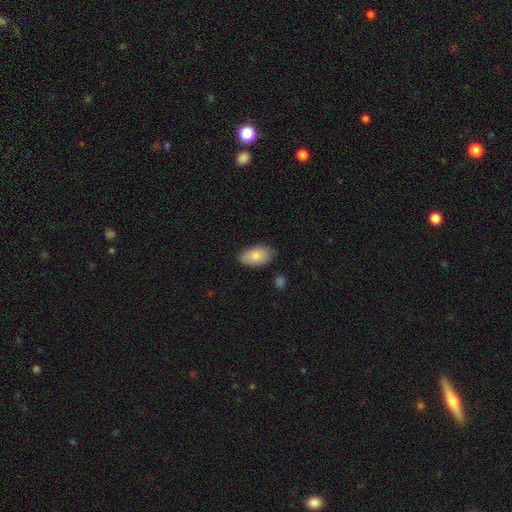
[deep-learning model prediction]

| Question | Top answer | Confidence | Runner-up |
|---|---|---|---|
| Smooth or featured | smooth | 81% | featured or disk (13%) |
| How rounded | in between | 94% | round (4%) |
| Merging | none | 77% | minor disturbance (18%) |